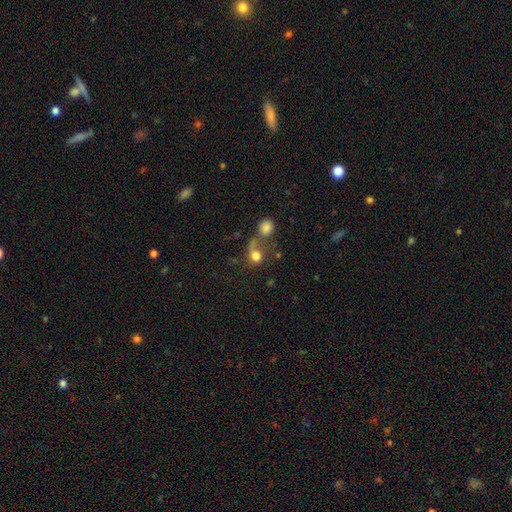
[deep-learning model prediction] Morphology: type=smooth (73%); roundness=round (69%); merging=merger (37%).